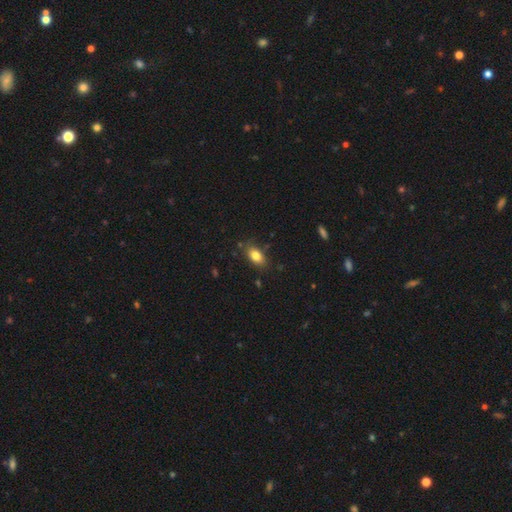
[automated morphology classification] The model was most divided on "merging": none: 81%, minor disturbance: 14%, major disturbance: 3%, merger: 2%. More confident: how rounded — in between (88%); smooth or featured — smooth (82%).